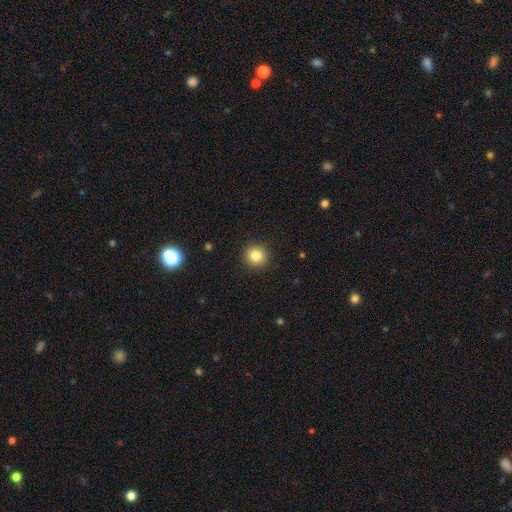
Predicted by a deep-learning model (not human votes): Smooth or featured?
  - smooth: 83% *
  - star or artifact: 11%
  - featured or disk: 6%
How rounded?
  - round: 93% *
  - in between: 6%
  - cigar-shaped: 1%
Merging?
  - none: 91% *
  - minor disturbance: 6%
  - major disturbance: 2%
  - merger: 1%